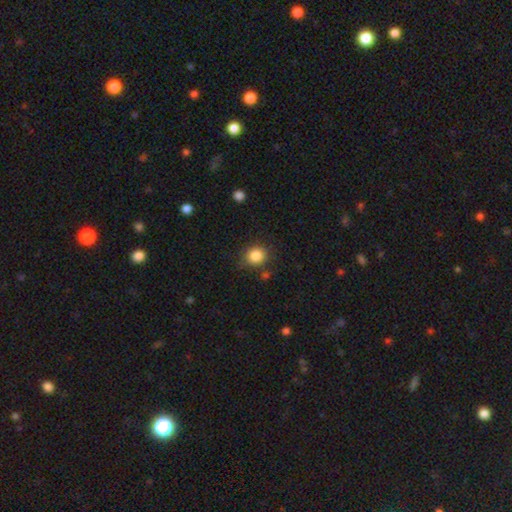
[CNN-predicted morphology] This is clearly a smooth galaxy (86%). How rounded: likely round (79%). Merging: likely none (78%).